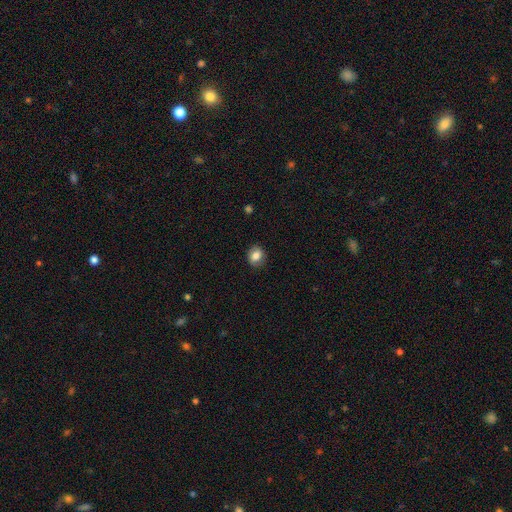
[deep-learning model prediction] smooth 79%, featured or disk 12%, star or artifact 9%. Down the decision tree: how rounded — round (60%); merging — none (83%).